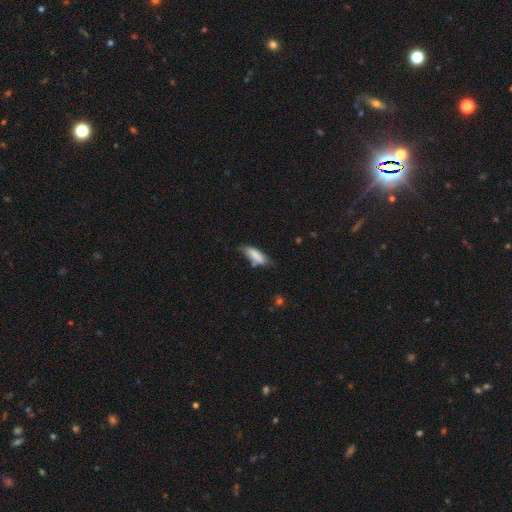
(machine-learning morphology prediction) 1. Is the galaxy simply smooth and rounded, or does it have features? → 82% smooth, 11% featured or disk, 7% star or artifact.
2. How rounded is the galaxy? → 64% in between, 34% cigar-shaped, 2% round.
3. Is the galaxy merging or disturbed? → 51% none, 35% minor disturbance, 9% major disturbance, 5% merger.